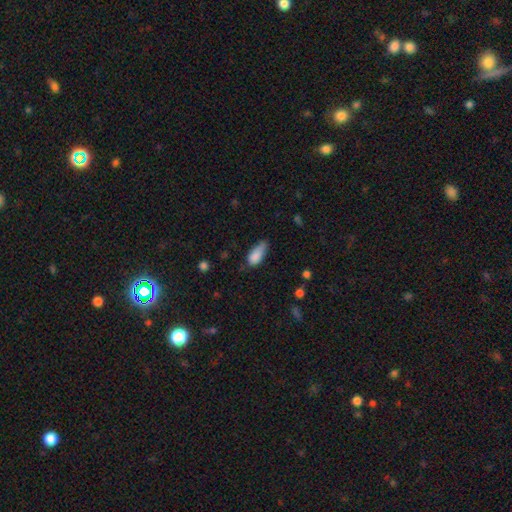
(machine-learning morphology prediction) This appears to be a smooth galaxy with no disk features (85%) that is in between round and cigar-shaped (84%). Merging: minor disturbance (44%).